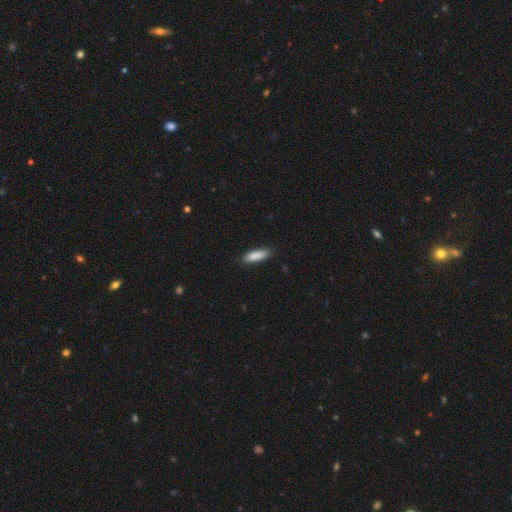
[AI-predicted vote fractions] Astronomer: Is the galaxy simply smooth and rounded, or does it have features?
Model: smooth — 88%.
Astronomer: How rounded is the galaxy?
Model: cigar-shaped — 61% (runner-up: in between, 38%).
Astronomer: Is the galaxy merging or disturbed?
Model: none — 87%.